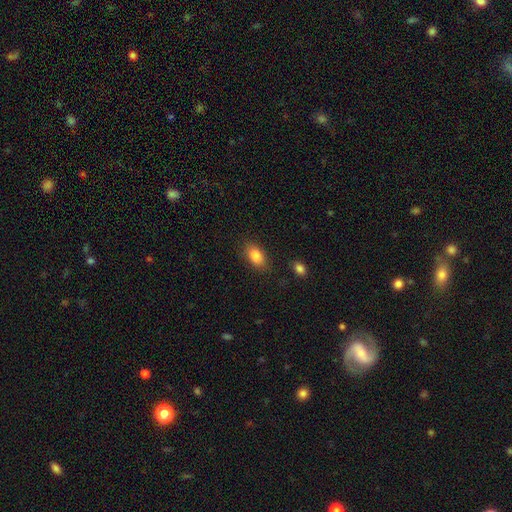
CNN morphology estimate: smooth_or_featured: smooth (p=0.85) [alt: star or artifact p=0.08]
how_rounded: in between (p=0.89) [alt: round p=0.08]
merging: none (p=0.82) [alt: minor disturbance p=0.13]